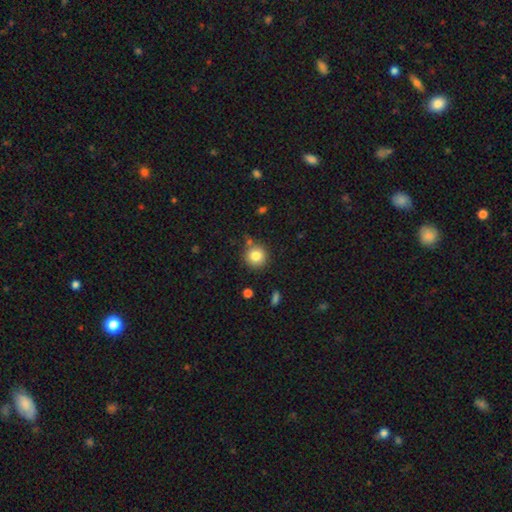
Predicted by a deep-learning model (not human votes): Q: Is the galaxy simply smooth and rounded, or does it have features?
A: smooth — 82%.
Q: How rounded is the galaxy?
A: round — 93%.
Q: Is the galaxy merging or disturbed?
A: none — 81%.